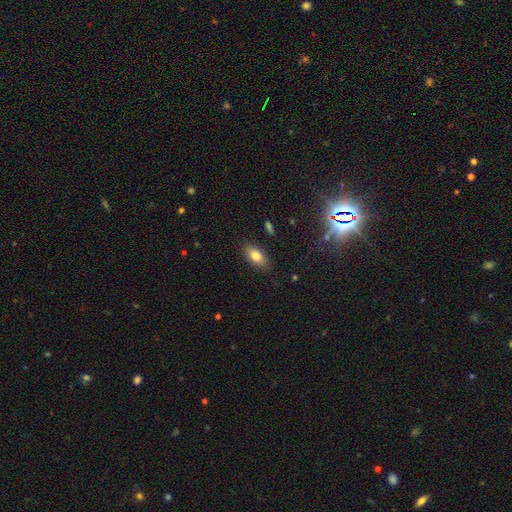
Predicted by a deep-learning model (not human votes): smooth 78%, featured or disk 13%, star or artifact 9%. Down the decision tree: how rounded — in between (87%); merging — none (86%).